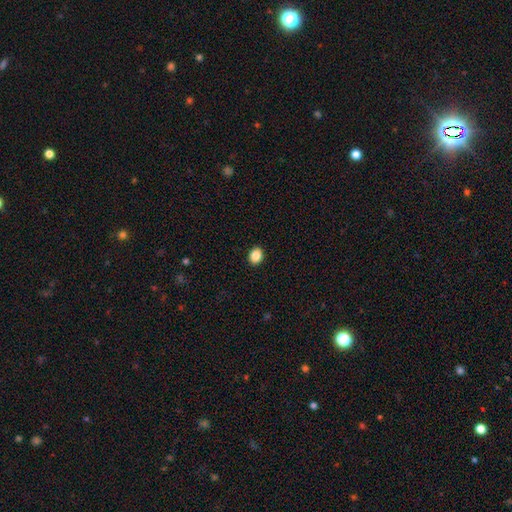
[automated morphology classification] This appears to be a smooth galaxy with no disk features (87%) that is round (53%). Merging: none (92%).